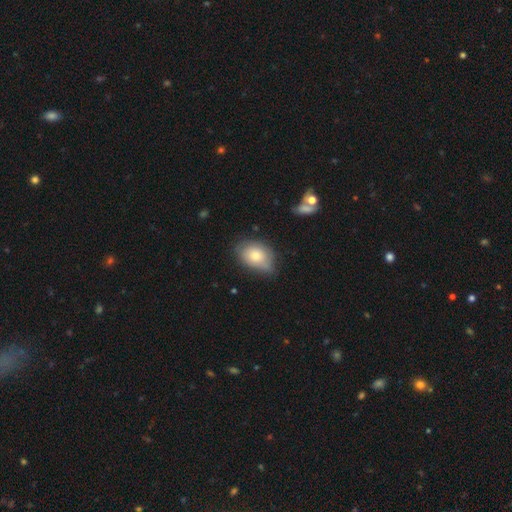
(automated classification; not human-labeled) The model was most divided on "merging": none: 61%, minor disturbance: 30%, major disturbance: 6%, merger: 3%. More confident: how rounded — in between (82%); smooth or featured — smooth (75%).